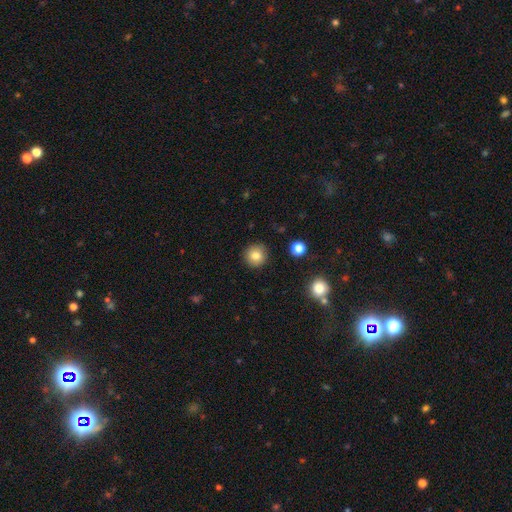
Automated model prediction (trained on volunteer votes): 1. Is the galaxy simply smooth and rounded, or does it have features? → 82% smooth, 11% star or artifact, 8% featured or disk.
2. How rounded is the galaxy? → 94% round, 5% in between, 1% cigar-shaped.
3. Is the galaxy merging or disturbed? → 90% none, 7% minor disturbance, 2% major disturbance, 1% merger.